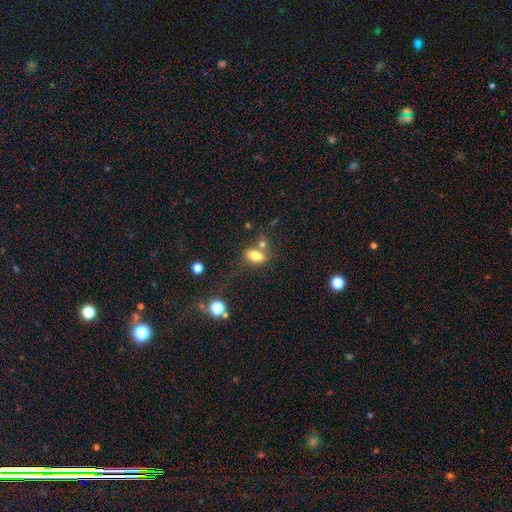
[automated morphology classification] Overall: smooth (71%). How rounded: in between (79%). Merging: none (54%; merger 25%).